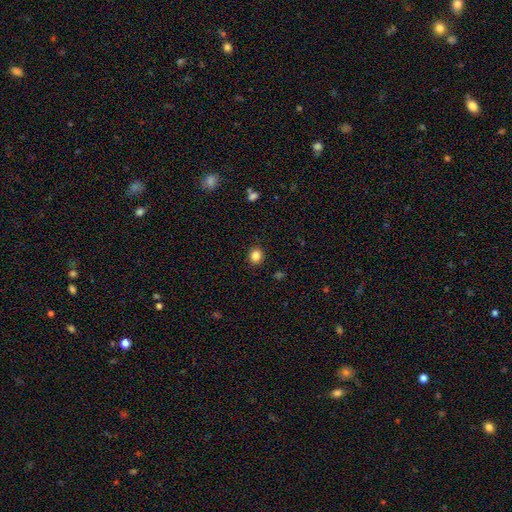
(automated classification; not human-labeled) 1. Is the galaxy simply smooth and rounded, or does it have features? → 85% smooth, 11% star or artifact, 4% featured or disk.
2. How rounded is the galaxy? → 70% round, 29% in between, 1% cigar-shaped.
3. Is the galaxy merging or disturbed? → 90% none, 7% minor disturbance, 2% major disturbance, 1% merger.